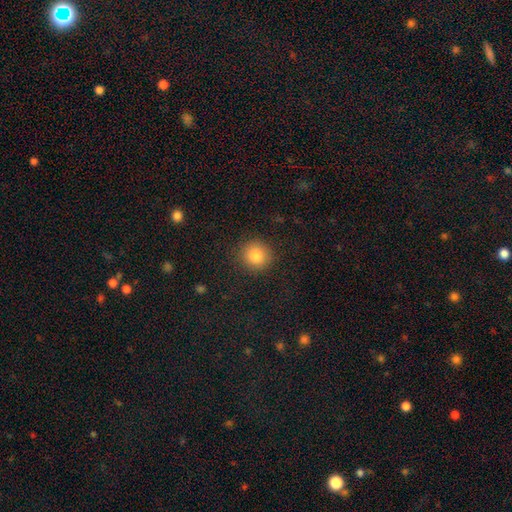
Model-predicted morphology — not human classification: This is clearly a smooth galaxy (83%). How rounded: clearly round (90%). Merging: clearly none (89%).